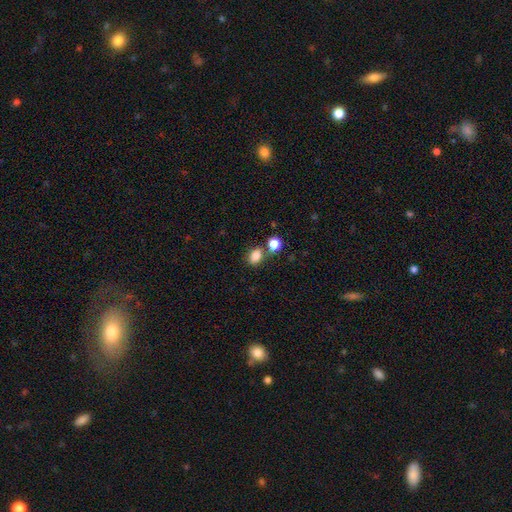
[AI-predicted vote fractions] This appears to be a smooth galaxy with no disk features (82%) that is in between round and cigar-shaped (66%). Merging: none (65%).